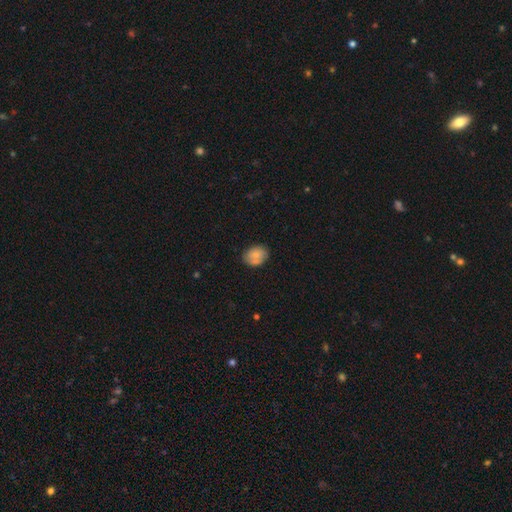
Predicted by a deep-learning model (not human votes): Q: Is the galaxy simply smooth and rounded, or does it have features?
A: smooth — 73%.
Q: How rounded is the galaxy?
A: in between — 63%.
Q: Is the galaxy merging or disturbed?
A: none — 69%.